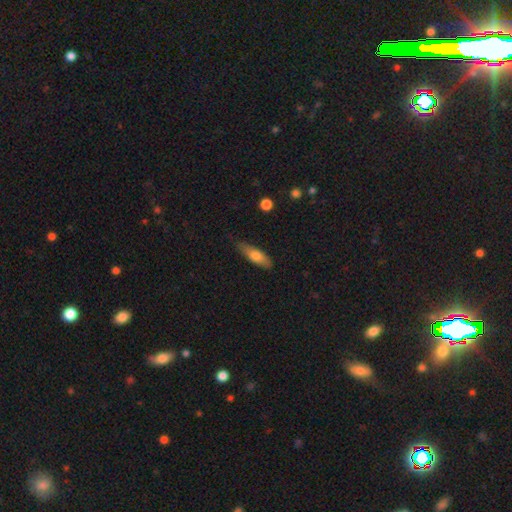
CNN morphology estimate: Smooth or featured? smooth (67%)
How rounded? in between (52%)
Merging? none (75%)